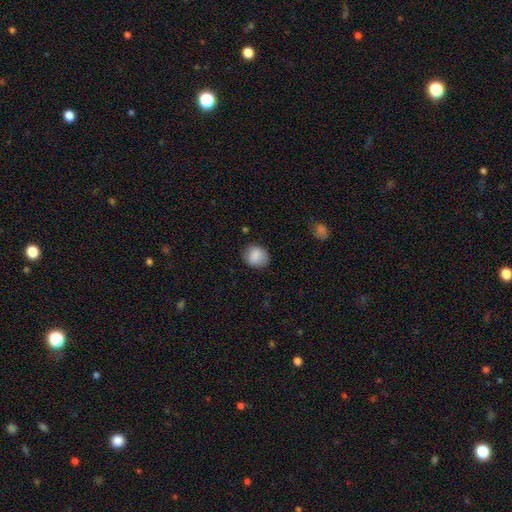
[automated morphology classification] Smooth or featured? smooth (87%)
How rounded? round (70%)
Merging? none (79%)